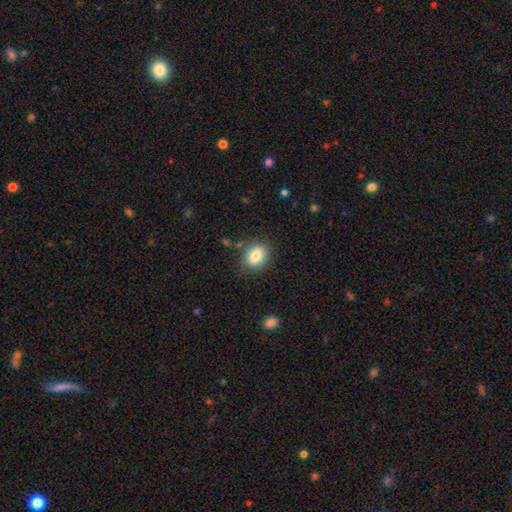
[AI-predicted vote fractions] This is clearly a smooth galaxy (84%). How rounded: possibly in between (57%). Merging: clearly none (82%).